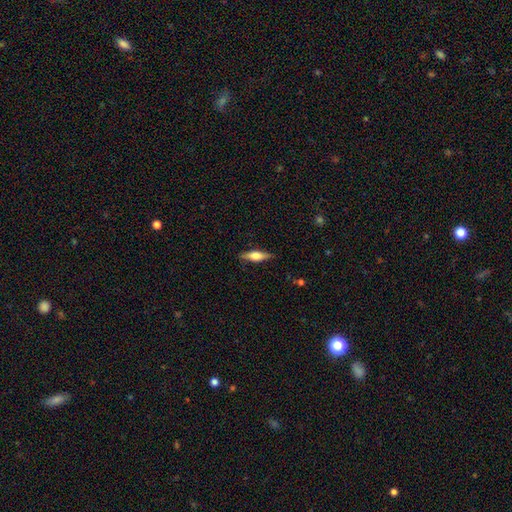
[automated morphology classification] Smooth or featured? Predicted: smooth (p=0.49). Merging? Predicted: none (p=0.86).